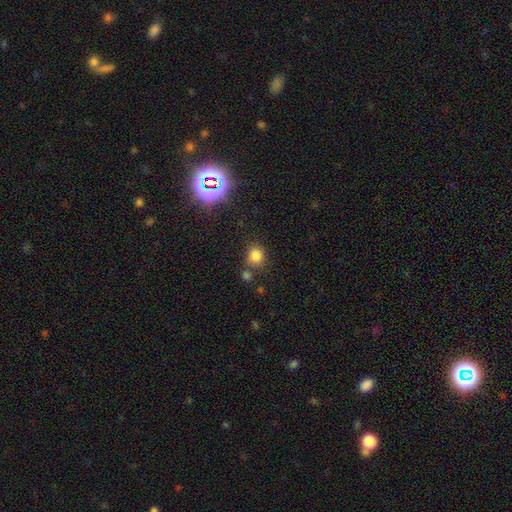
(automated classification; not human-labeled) Q: Smooth or featured?
A: smooth (79%); runner-up: star or artifact (15%)
Q: How rounded?
A: round (76%); runner-up: in between (23%)
Q: Merging?
A: none (69%); runner-up: minor disturbance (13%)